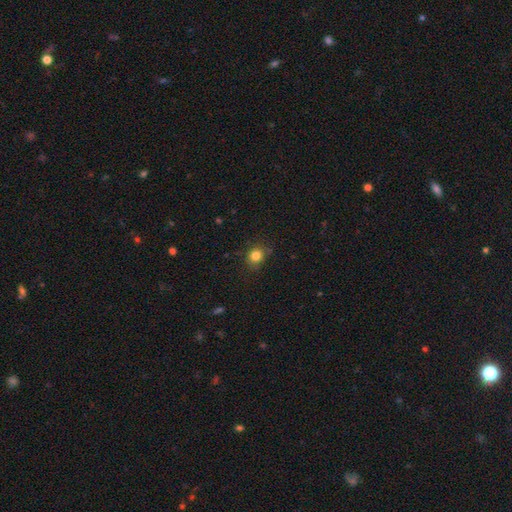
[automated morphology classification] Q: Smooth or featured?
A: smooth (82%); runner-up: star or artifact (12%)
Q: How rounded?
A: round (69%); runner-up: in between (30%)
Q: Merging?
A: none (77%); runner-up: minor disturbance (17%)